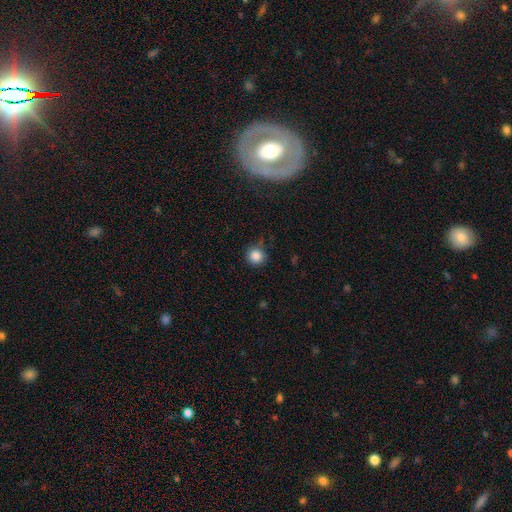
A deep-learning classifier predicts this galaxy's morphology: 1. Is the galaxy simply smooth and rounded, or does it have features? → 85% smooth, 11% star or artifact, 4% featured or disk.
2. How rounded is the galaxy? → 93% round, 6% in between, 1% cigar-shaped.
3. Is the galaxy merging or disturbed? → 78% none, 16% minor disturbance, 4% major disturbance, 2% merger.